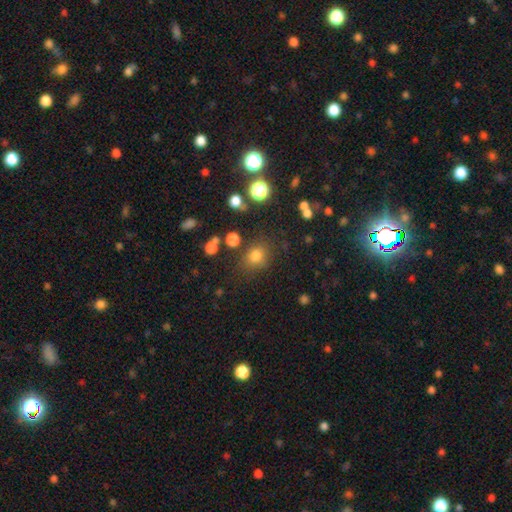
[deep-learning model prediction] Smooth or featured?
  - smooth: 74% *
  - star or artifact: 19%
  - featured or disk: 7%
How rounded?
  - round: 75% *
  - in between: 24%
  - cigar-shaped: 1%
Merging?
  - none: 81% *
  - minor disturbance: 11%
  - major disturbance: 4%
  - merger: 4%